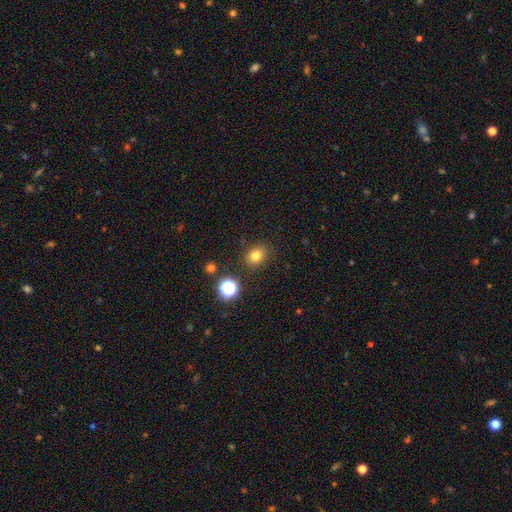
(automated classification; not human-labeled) Morphology: type=smooth (78%); roundness=round (60%); merging=none (85%).